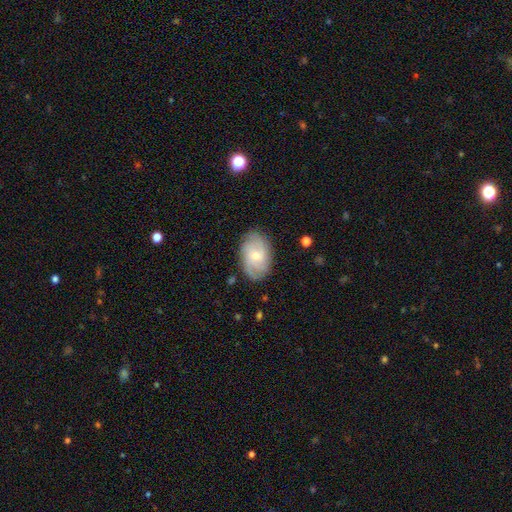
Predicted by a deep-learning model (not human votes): featured or disk 69%, smooth 24%, star or artifact 7%. Down the decision tree: edge-on disk — no (96%); bar — no (67%); spiral arms — yes (92%); spiral arm count — can't tell (31%); spiral winding — tight (53%); bulge size — small (62%); merging — none (82%).